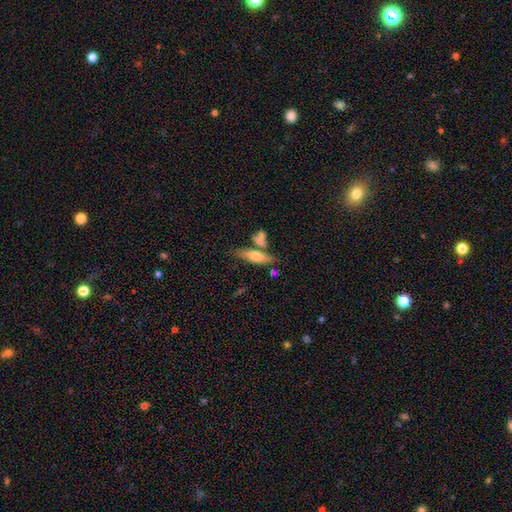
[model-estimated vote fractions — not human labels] Smooth or featured: smooth — 65% (featured or disk — 28%)
How rounded: cigar-shaped — 50% (in between — 46%)
Merging: none — 54% (merger — 26%)